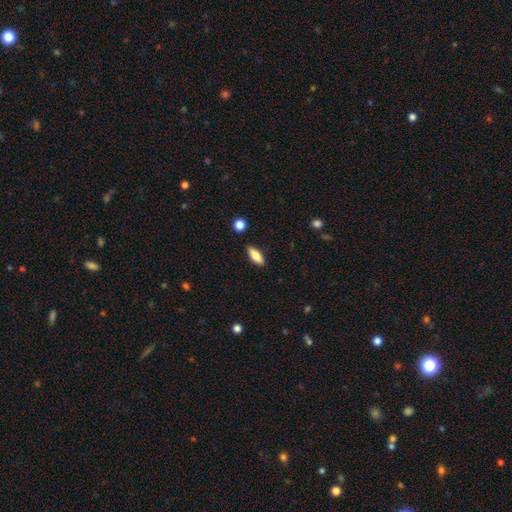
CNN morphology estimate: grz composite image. It shows a smooth galaxy with no disk features (78%) that is in between round and cigar-shaped (71%). Merging: none (87%).